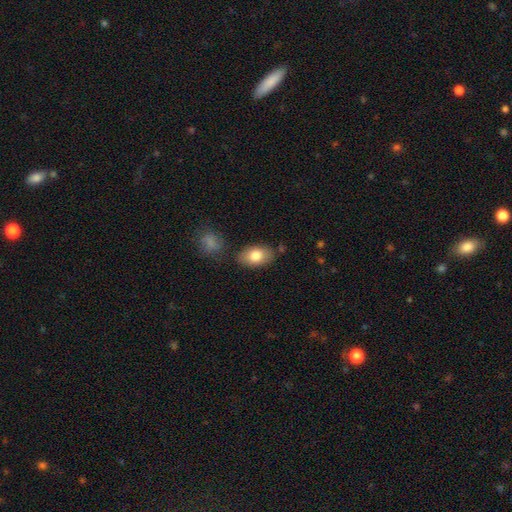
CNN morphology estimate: The model was most divided on "merging": none: 79%, minor disturbance: 13%, merger: 5%, major disturbance: 3%. More confident: how rounded — in between (89%); smooth or featured — smooth (80%).